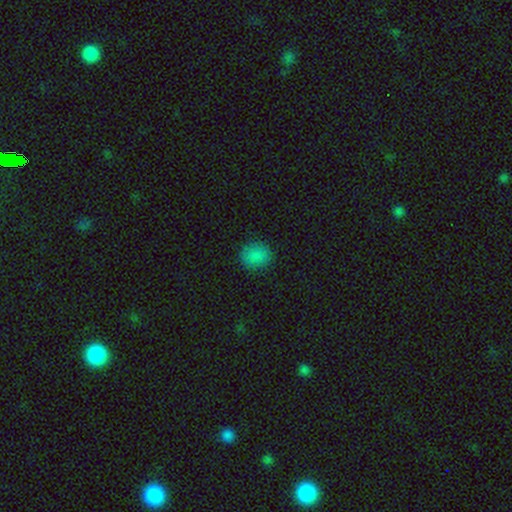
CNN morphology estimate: The model was most divided on "how rounded": round: 79%, in between: 20%, cigar-shaped: 1%. More confident: merging — none (88%); smooth or featured — smooth (84%).